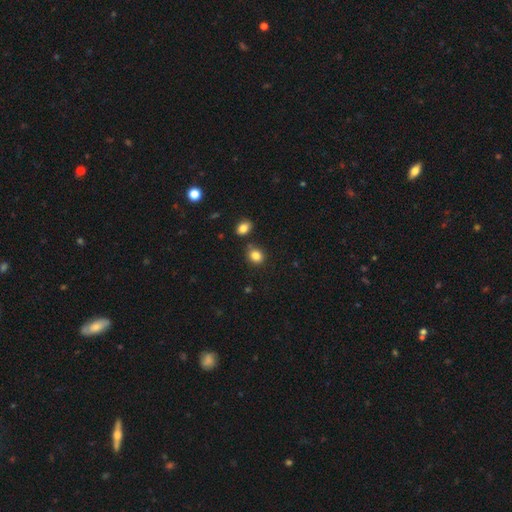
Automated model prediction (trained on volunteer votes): Smooth or featured?
  - smooth: 84% *
  - star or artifact: 11%
  - featured or disk: 5%
How rounded?
  - round: 64% *
  - in between: 35%
  - cigar-shaped: 1%
Merging?
  - none: 73% *
  - minor disturbance: 13%
  - merger: 11%
  - major disturbance: 3%